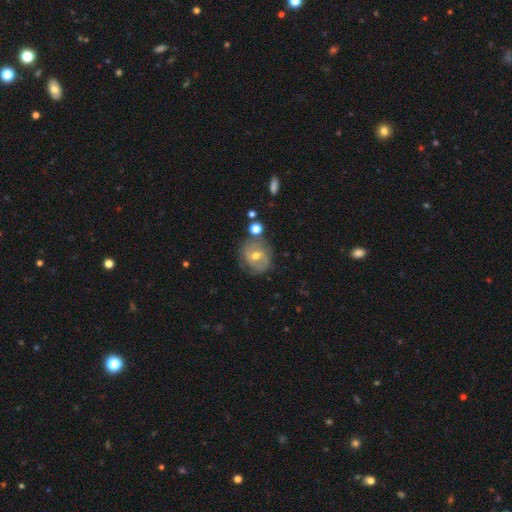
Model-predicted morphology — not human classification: Smooth or featured? Predicted: featured or disk (p=0.61). Edge-on disk? Predicted: no (p=0.96). Bar? Predicted: weak (p=0.46). Spiral arms? Predicted: yes (p=0.70). Bulge size? Predicted: moderate (p=0.70). Merging? Predicted: none (p=0.68).